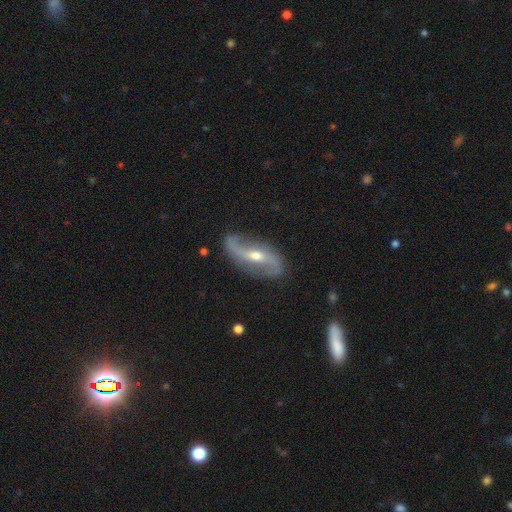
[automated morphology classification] Overall: featured or disk (87%). Edge-on disk: no (93%). Bar: weak (40%; strong 30%). Spiral arms: yes (95%). Spiral arm count: 2 (92%). Spiral winding: loose (74%). Bulge size: moderate (63%; small 32%). Merging: none (78%).